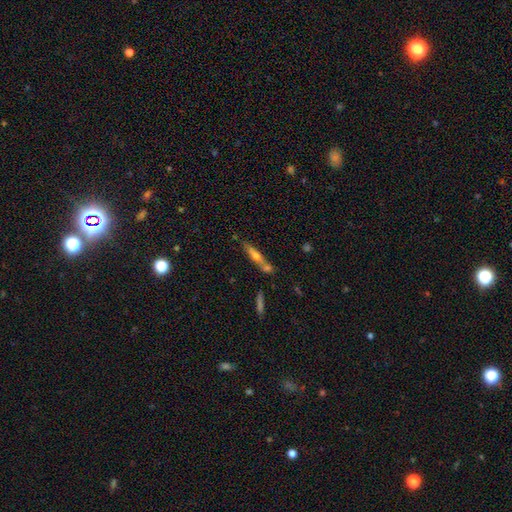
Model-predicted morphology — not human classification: smooth-or-featured: featured or disk: 46% (tied) | smooth: 46% (tied) | star or artifact: 8%
  merging: none: 58% | merger: 26% | minor disturbance: 13% | major disturbance: 4%